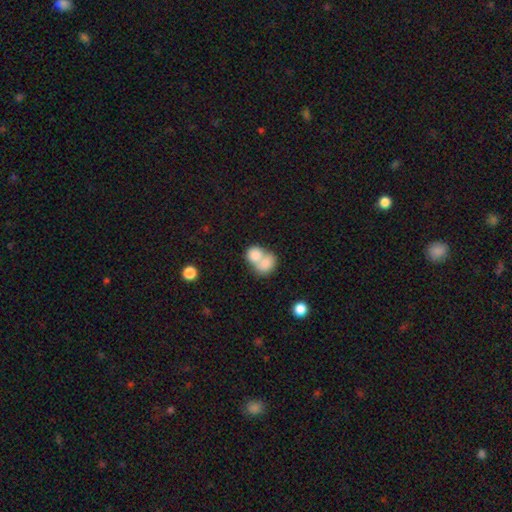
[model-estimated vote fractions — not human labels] Morphology: type=smooth (79%); roundness=round (53%); merging=merger (75%).